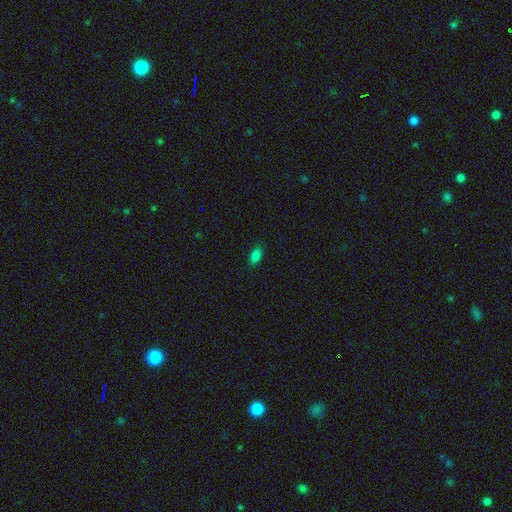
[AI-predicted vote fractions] This appears to be a smooth galaxy with no disk features (84%) that is in between round and cigar-shaped (91%). Merging: none (87%).